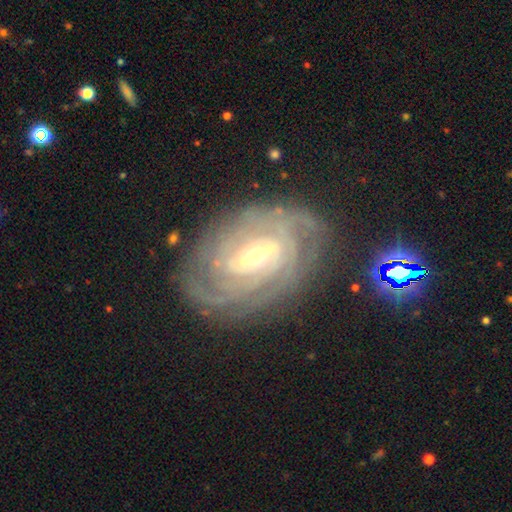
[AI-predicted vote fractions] featured or disk 88%, smooth 6%, star or artifact 6%. Down the decision tree: edge-on disk — no (96%); bar — weak (46%); spiral arms — yes (97%); spiral arm count — can't tell (28%); spiral winding — tight (79%); bulge size — small (56%); merging — none (80%).